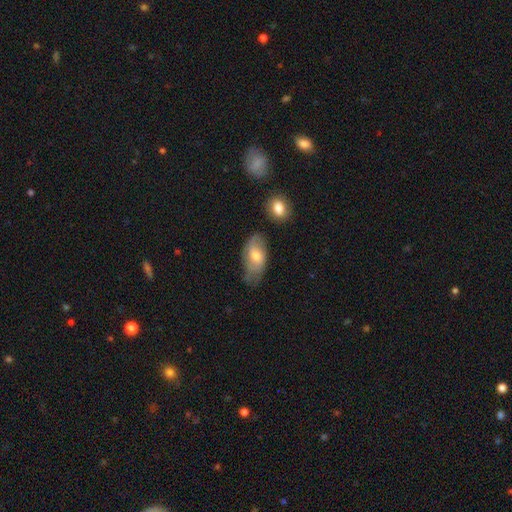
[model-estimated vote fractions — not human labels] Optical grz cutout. It shows a smooth galaxy with no disk features (59%) that is in between round and cigar-shaped (91%). Merging: none (53%).